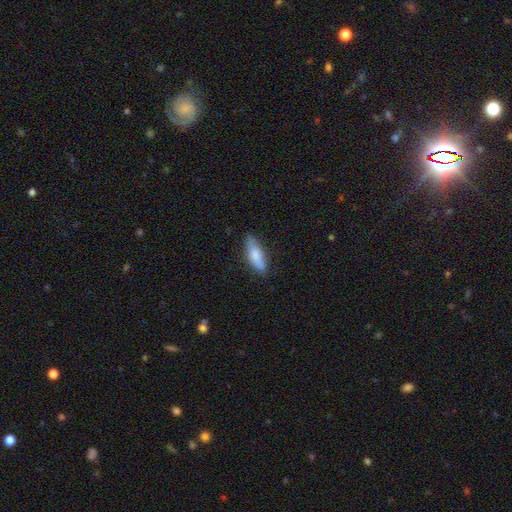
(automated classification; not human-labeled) This appears to be a smooth galaxy with no disk features (76%) that is in between round and cigar-shaped (55%). Merging: none (81%).